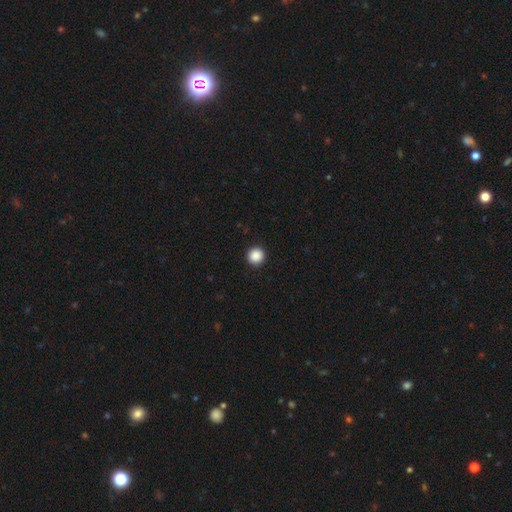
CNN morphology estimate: Q: Smooth or featured?
A: smooth (88%); runner-up: star or artifact (9%)
Q: How rounded?
A: round (96%); runner-up: in between (3%)
Q: Merging?
A: none (93%); runner-up: minor disturbance (4%)